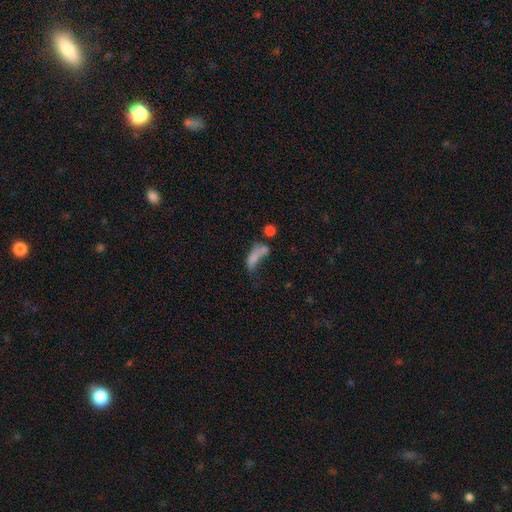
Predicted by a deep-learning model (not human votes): This is likely a smooth galaxy (63%). How rounded: likely in between (62%). Merging: marginally major disturbance (35%).